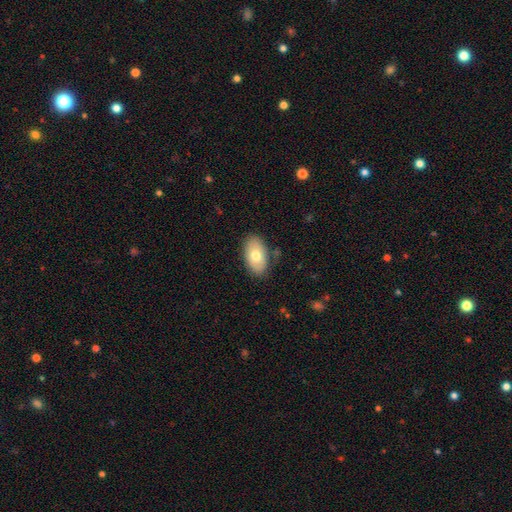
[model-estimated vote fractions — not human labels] Smooth or featured?
  - smooth: 72% *
  - featured or disk: 22%
  - star or artifact: 7%
How rounded?
  - in between: 94% *
  - round: 5%
  - cigar-shaped: 2%
Merging?
  - none: 83% *
  - minor disturbance: 12%
  - major disturbance: 3%
  - merger: 2%